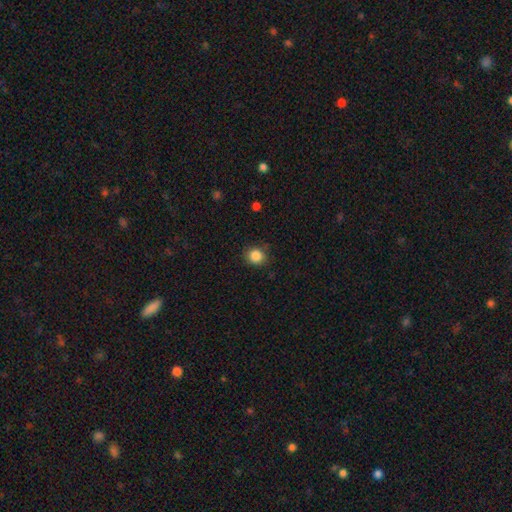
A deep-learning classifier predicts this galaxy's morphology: type=smooth (86%); roundness=round (84%); merging=none (84%).